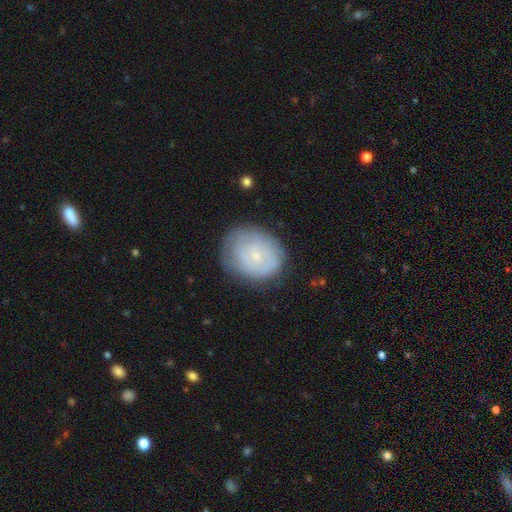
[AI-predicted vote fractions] Overall: smooth (51%; featured or disk 41%). How rounded: round (62%; in between 37%). Merging: none (73%).